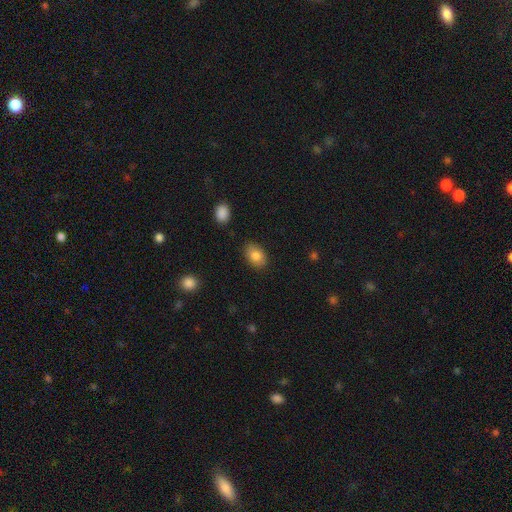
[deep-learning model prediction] smooth_or_featured: smooth (p=0.84) [alt: featured or disk p=0.08]
how_rounded: in between (p=0.82) [alt: round p=0.16]
merging: none (p=0.84) [alt: minor disturbance p=0.12]